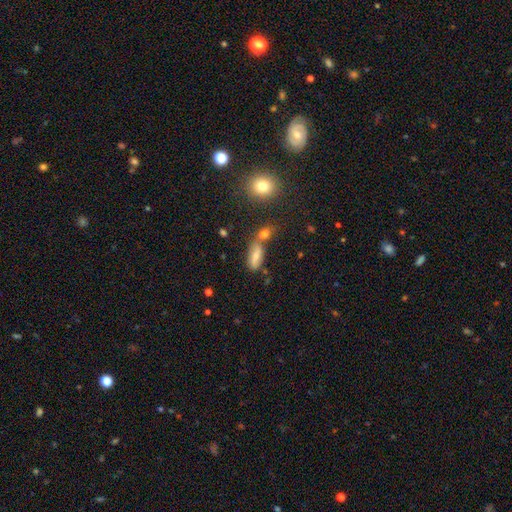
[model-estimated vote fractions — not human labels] Q: Smooth or featured?
A: smooth (57%); runner-up: featured or disk (25%)
Q: How rounded?
A: in between (56%); runner-up: cigar-shaped (37%)
Q: Merging?
A: none (54%); runner-up: merger (22%)